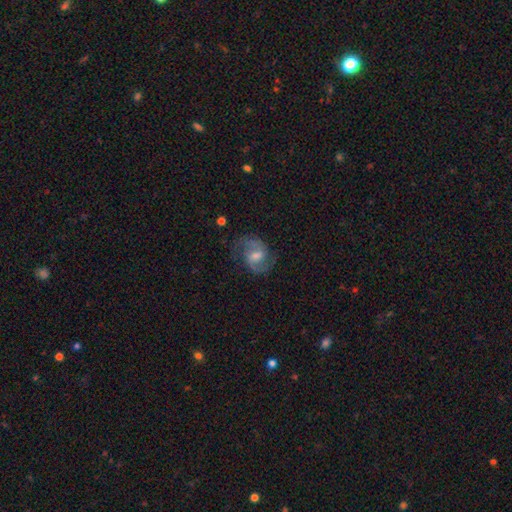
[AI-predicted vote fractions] The model was most divided on "bulge size": moderate: 46%, small: 35%, none: 11%, large: 7%, dominant: 1%. More confident: edge-on disk — no (98%); spiral arms — yes (96%); spiral arm count — 2 (91%); smooth or featured — featured or disk (85%); merging — none (74%); bar — weak (60%); spiral winding — medium (59%).